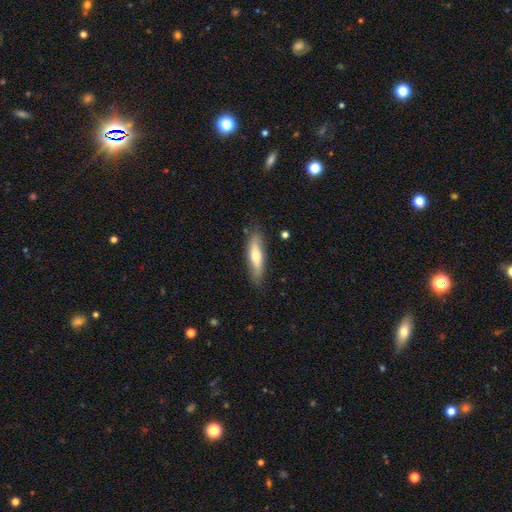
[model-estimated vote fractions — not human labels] smooth 57%, featured or disk 38%, star or artifact 6%. Down the decision tree: how rounded — cigar-shaped (64%); merging — none (79%).